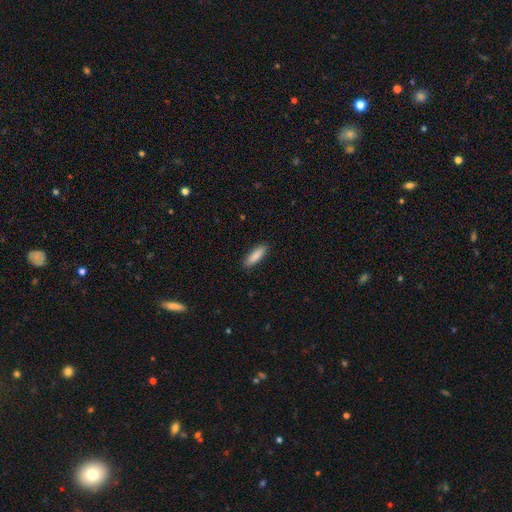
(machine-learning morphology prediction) Smooth or featured?
  - smooth: 88% *
  - featured or disk: 6%
  - star or artifact: 6%
How rounded?
  - cigar-shaped: 59% *
  - in between: 39%
  - round: 1%
Merging?
  - none: 88% *
  - minor disturbance: 9%
  - major disturbance: 2%
  - merger: 1%